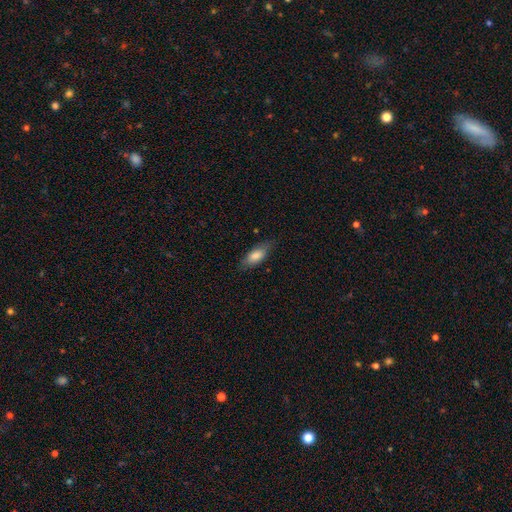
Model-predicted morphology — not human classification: smooth 78%, featured or disk 15%, star or artifact 6%. Down the decision tree: how rounded — in between (74%); merging — none (78%).